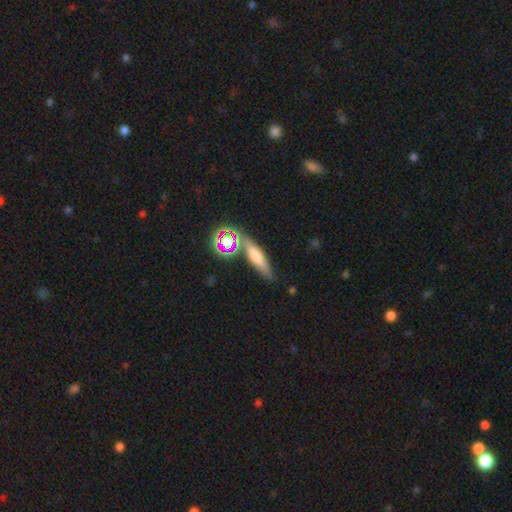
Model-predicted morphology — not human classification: Smooth or featured? smooth (49%)
Merging? none (67%)